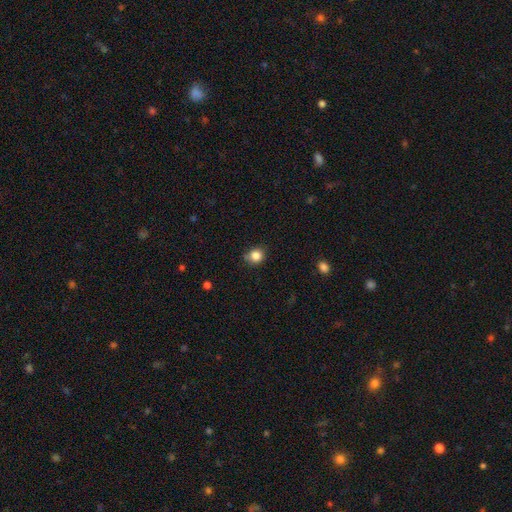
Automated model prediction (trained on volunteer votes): Smooth or featured: smooth — 84% (star or artifact — 11%)
How rounded: round — 81% (in between — 18%)
Merging: none — 73% (minor disturbance — 20%)